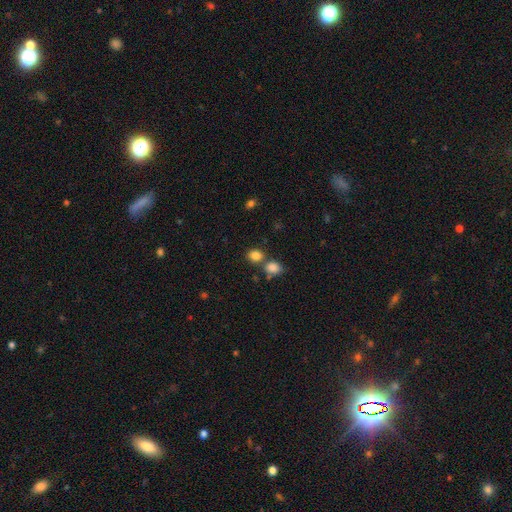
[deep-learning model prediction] smooth 83%, star or artifact 11%, featured or disk 6%. Down the decision tree: how rounded — round (60%); merging — none (57%).